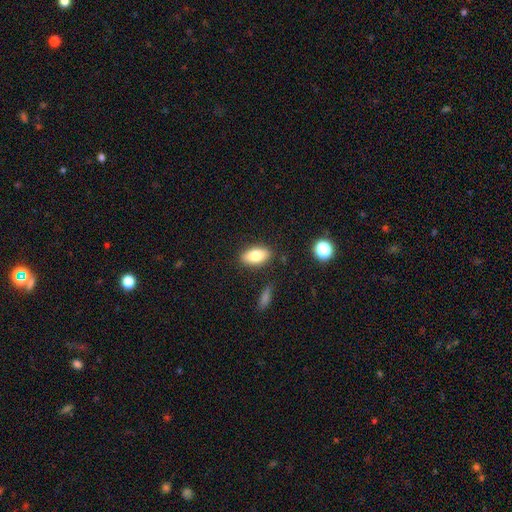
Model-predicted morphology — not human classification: The model was most divided on "smooth or featured": smooth: 78%, featured or disk: 14%, star or artifact: 8%. More confident: how rounded — in between (88%); merging — none (85%).